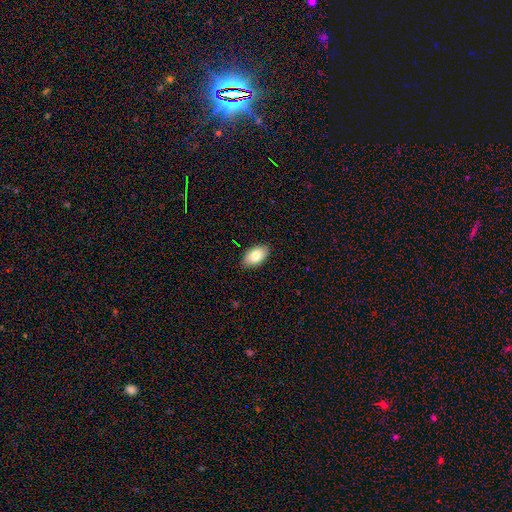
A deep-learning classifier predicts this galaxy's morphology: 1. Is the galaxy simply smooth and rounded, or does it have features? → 80% smooth, 13% featured or disk, 7% star or artifact.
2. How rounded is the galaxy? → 94% in between, 5% round, 2% cigar-shaped.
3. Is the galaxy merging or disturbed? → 87% none, 10% minor disturbance, 2% major disturbance, 1% merger.